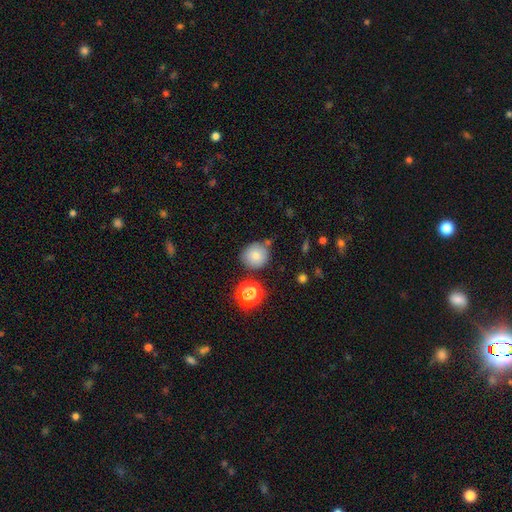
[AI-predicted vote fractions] This is likely a smooth galaxy (79%). How rounded: clearly round (89%). Merging: likely none (74%).